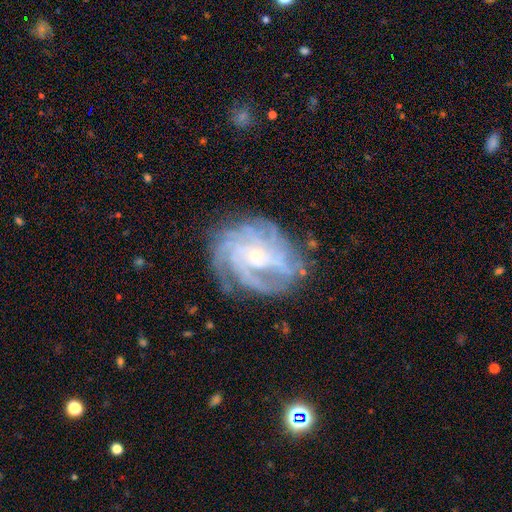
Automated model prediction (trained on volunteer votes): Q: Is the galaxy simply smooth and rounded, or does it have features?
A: featured or disk — 86%.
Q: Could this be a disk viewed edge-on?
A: no — 97%.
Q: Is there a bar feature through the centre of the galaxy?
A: no — 67%.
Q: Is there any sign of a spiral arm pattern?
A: yes — 96%.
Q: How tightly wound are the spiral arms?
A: tight — 59%.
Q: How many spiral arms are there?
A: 4 — 28%.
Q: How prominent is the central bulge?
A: small — 75%.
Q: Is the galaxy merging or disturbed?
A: none — 71%.